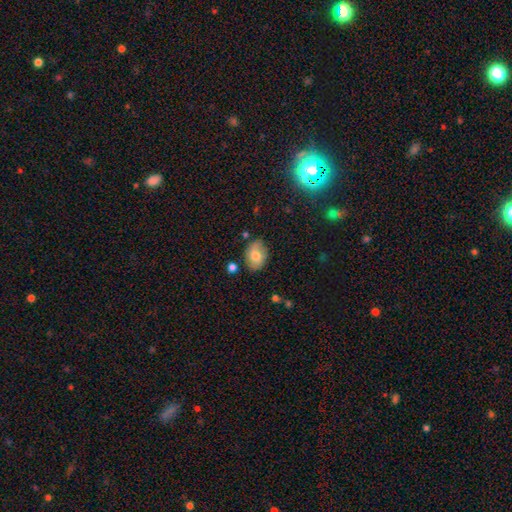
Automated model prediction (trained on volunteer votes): This appears to be a smooth galaxy with no disk features (71%) that is in between round and cigar-shaped (76%). Merging: none (77%).